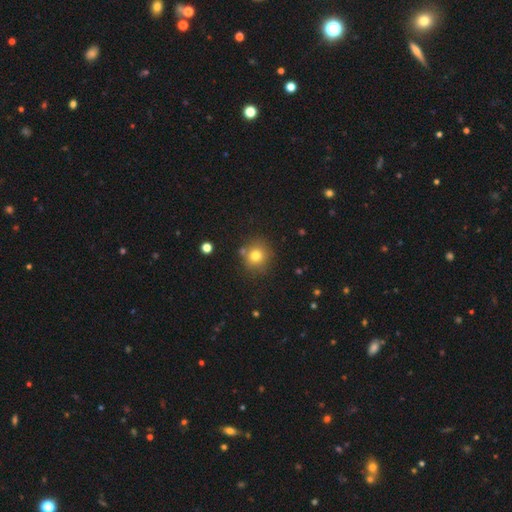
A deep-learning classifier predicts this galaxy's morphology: Q: Smooth or featured?
A: smooth (77%); runner-up: star or artifact (13%)
Q: How rounded?
A: round (89%); runner-up: in between (10%)
Q: Merging?
A: none (79%); runner-up: minor disturbance (10%)